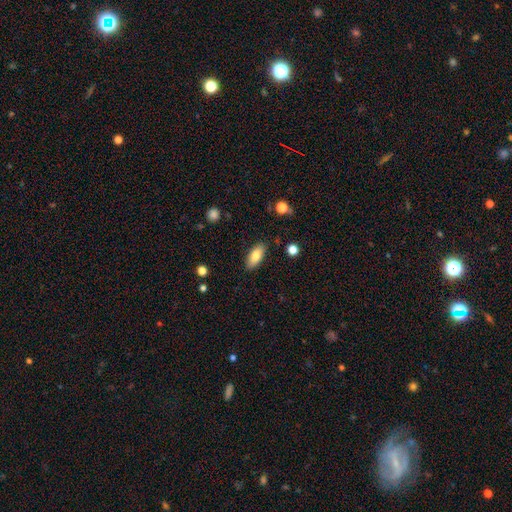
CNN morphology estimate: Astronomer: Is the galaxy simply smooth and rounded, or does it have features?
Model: smooth — 79%.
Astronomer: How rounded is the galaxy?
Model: in between — 85%.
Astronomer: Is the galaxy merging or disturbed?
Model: none — 87%.